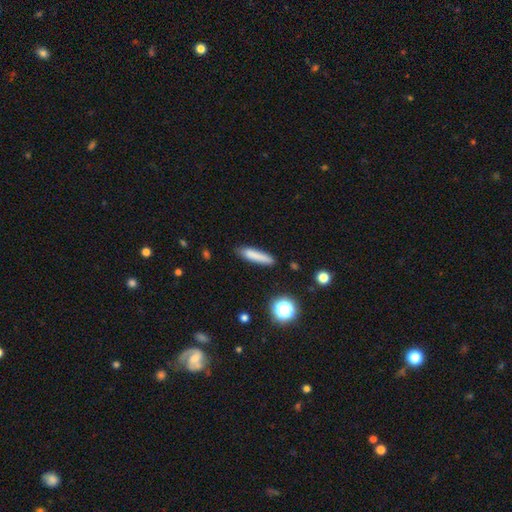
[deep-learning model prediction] Smooth or featured? smooth (80%)
How rounded? cigar-shaped (85%)
Merging? none (83%)